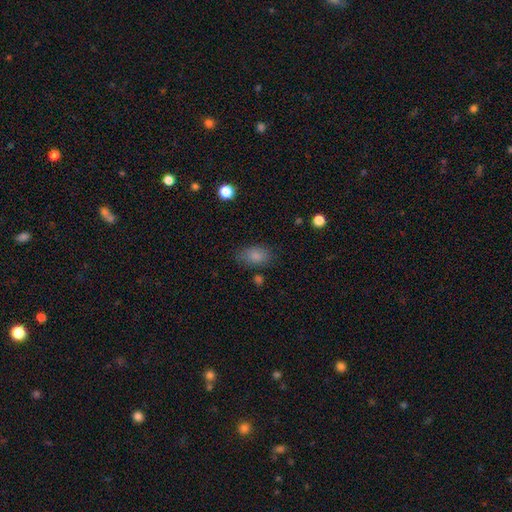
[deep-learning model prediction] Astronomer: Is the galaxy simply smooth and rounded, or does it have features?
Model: smooth — 83%.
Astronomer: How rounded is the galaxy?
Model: in between — 87%.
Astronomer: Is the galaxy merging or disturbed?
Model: none — 75%.